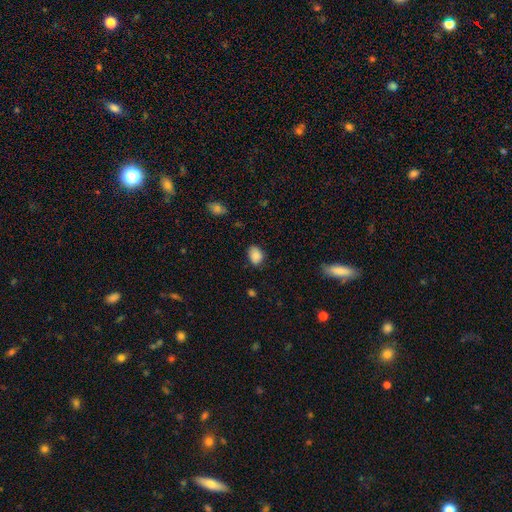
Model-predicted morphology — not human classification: The model was most divided on "how rounded": in between: 72%, round: 27%, cigar-shaped: 1%. More confident: smooth or featured — smooth (86%); merging — none (74%).